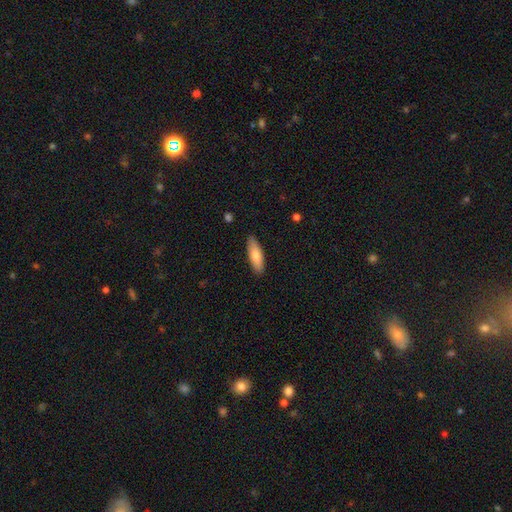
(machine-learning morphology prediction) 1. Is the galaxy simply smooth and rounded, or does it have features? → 76% smooth, 18% featured or disk, 6% star or artifact.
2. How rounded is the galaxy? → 51% in between, 47% cigar-shaped, 2% round.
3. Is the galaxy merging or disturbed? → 88% none, 9% minor disturbance, 2% major disturbance, 1% merger.